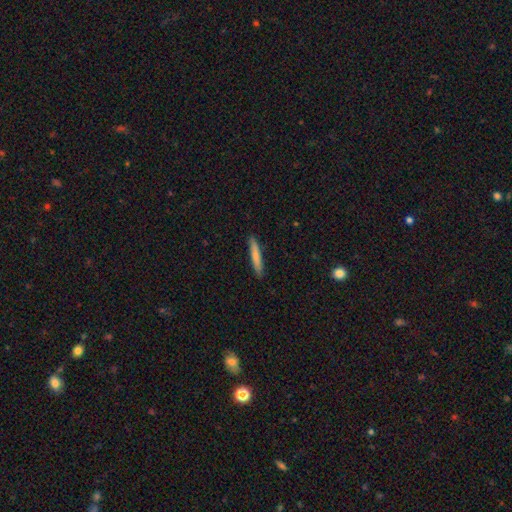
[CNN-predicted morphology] Overall: smooth (76%). How rounded: cigar-shaped (94%). Merging: none (90%).